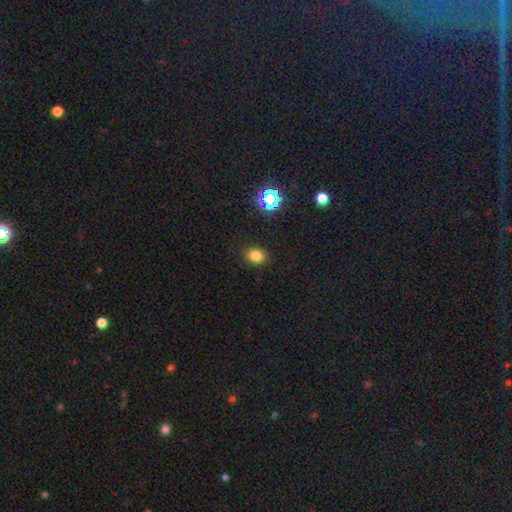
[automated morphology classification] A smooth galaxy with no disk features (78%) that is round (59%).

Vote fractions:
- Smooth or featured? smooth: 78% / star or artifact: 17% / featured or disk: 6%
- How rounded? round: 59% / in between: 40% / cigar-shaped: 1%
- Merging? none: 88% / minor disturbance: 8% / major disturbance: 3% / merger: 1%